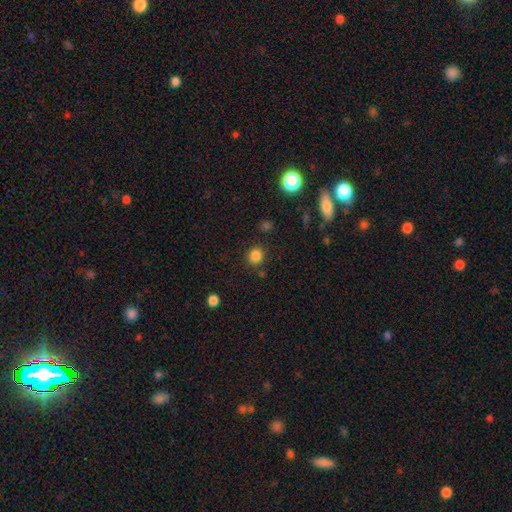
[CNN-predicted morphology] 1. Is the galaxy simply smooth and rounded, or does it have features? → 84% smooth, 12% star or artifact, 4% featured or disk.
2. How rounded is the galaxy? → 84% round, 15% in between, 1% cigar-shaped.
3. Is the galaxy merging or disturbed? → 85% none, 8% minor disturbance, 4% merger, 3% major disturbance.